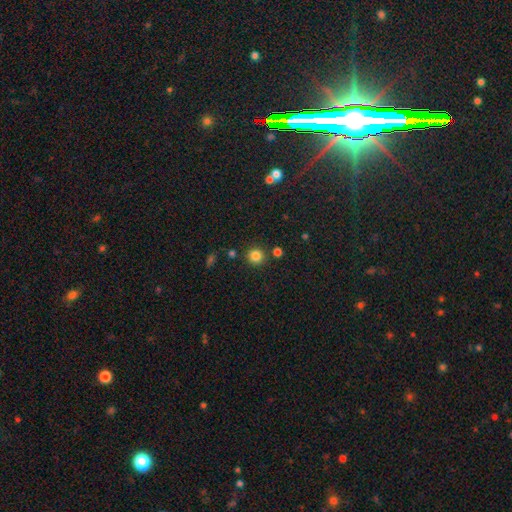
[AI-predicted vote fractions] Overall: smooth (83%). How rounded: round (92%). Merging: none (85%).